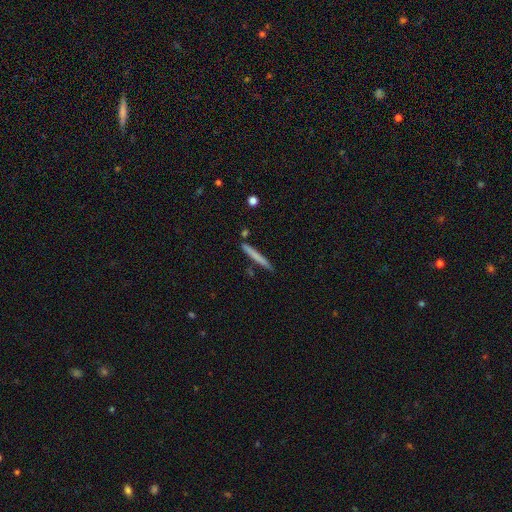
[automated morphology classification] Smooth or featured? Predicted: smooth (p=0.68). How rounded? Predicted: cigar-shaped (p=0.97). Merging? Predicted: none (p=0.86).